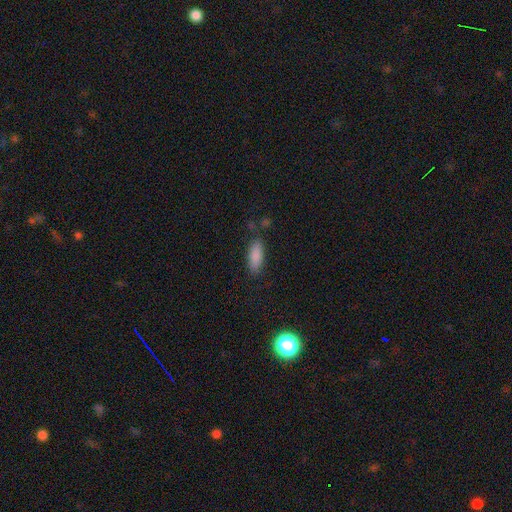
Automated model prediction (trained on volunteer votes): smooth-or-featured: smooth: 86% | star or artifact: 7% | featured or disk: 6%
  how-rounded: in between: 70% | cigar-shaped: 28% | round: 2%
  merging: none: 79% | minor disturbance: 14% | major disturbance: 4% | merger: 3%